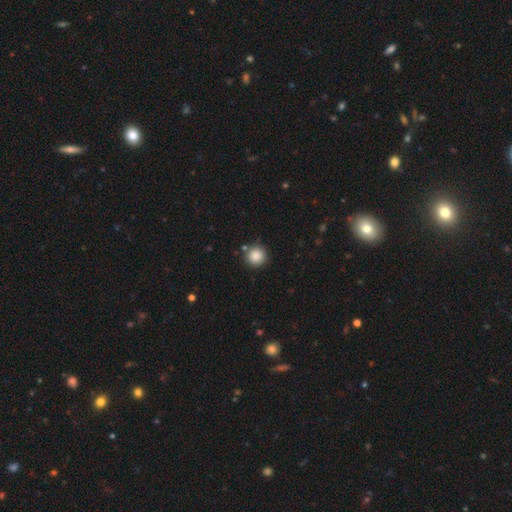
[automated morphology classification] smooth 87%, star or artifact 10%, featured or disk 3%. Down the decision tree: how rounded — round (94%); merging — none (87%).